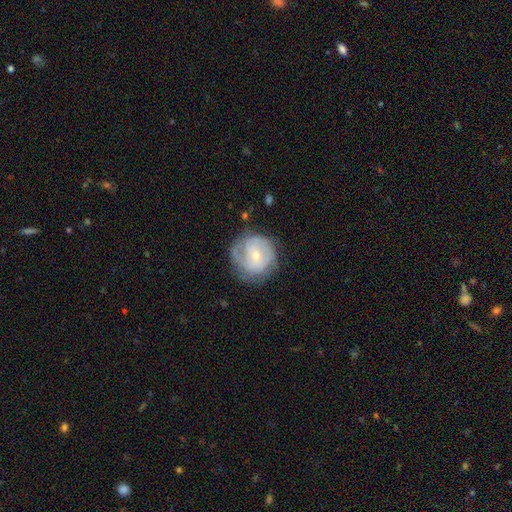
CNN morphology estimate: featured or disk 69%, smooth 24%, star or artifact 7%. Down the decision tree: edge-on disk — no (97%); bar — no (61%); spiral arms — yes (84%); spiral arm count — can't tell (39%); spiral winding — tight (59%); bulge size — small (63%); merging — none (64%).